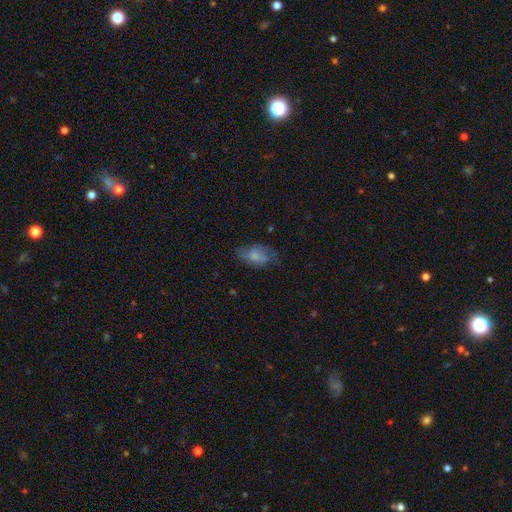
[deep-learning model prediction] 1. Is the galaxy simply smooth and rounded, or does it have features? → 67% smooth, 24% featured or disk, 8% star or artifact.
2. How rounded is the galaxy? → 90% in between, 7% round, 4% cigar-shaped.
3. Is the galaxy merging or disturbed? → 54% none, 28% minor disturbance, 16% major disturbance, 2% merger.